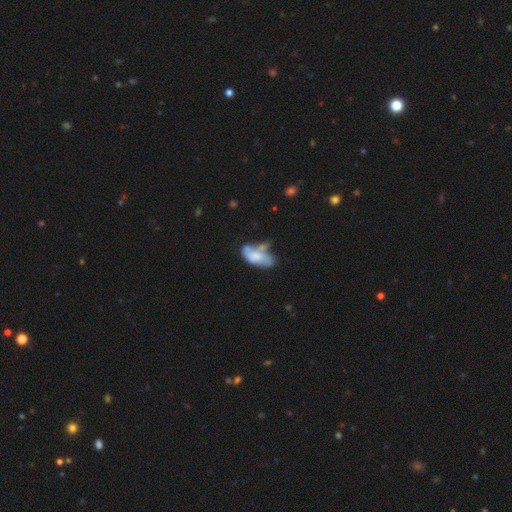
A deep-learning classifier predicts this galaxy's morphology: Smooth or featured: smooth — 51% (featured or disk — 41%)
How rounded: in between — 89% (cigar-shaped — 7%)
Merging: merger — 27% (none — 26%)